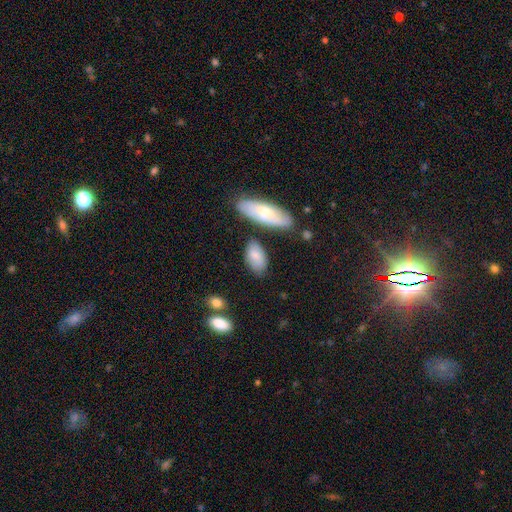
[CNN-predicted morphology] A smooth galaxy with no disk features (79%) that is in between round and cigar-shaped (92%).

Vote fractions:
- Smooth or featured? smooth: 79% / featured or disk: 15% / star or artifact: 6%
- How rounded? in between: 92% / cigar-shaped: 4% / round: 3%
- Merging? none: 69% / minor disturbance: 19% / merger: 8% / major disturbance: 5%